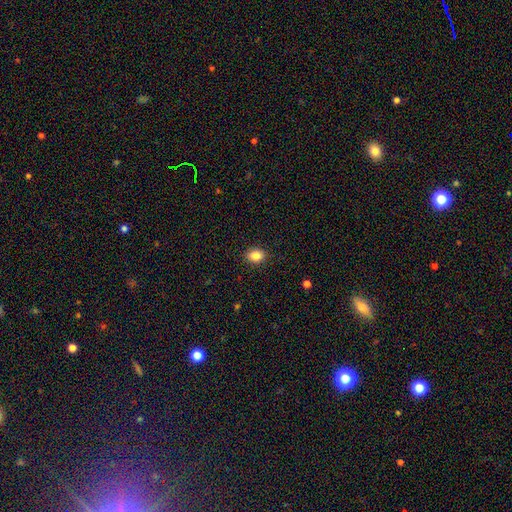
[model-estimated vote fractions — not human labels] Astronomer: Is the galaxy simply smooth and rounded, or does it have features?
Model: smooth — 85%.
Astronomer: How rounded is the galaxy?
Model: in between — 61% (runner-up: round, 38%).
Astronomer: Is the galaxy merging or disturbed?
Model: none — 90%.